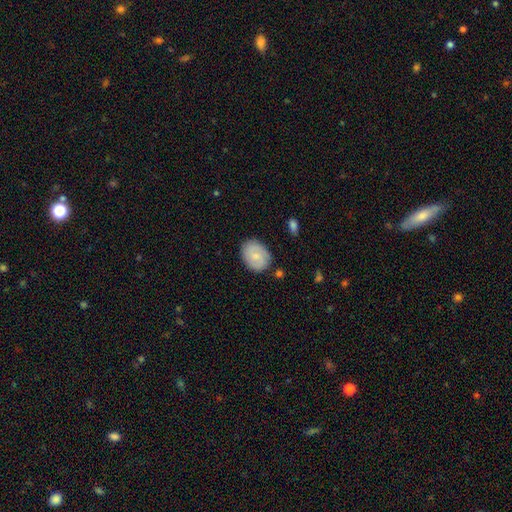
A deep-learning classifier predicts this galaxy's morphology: Overall: smooth (60%; featured or disk 33%). How rounded: in between (58%; round 41%). Merging: none (81%).